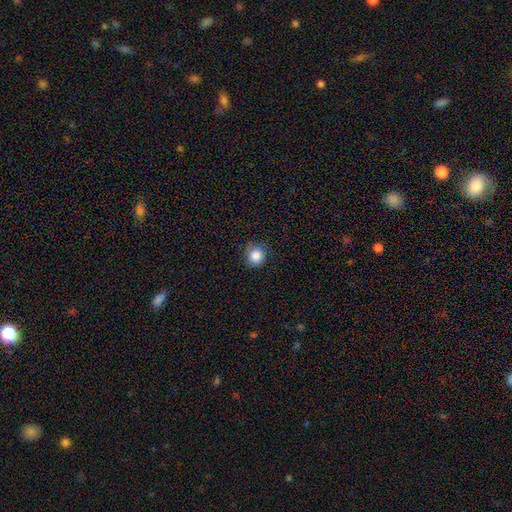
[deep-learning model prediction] A smooth galaxy with no disk features (85%) that is round (88%).

Vote fractions:
- Smooth or featured? smooth: 85% / star or artifact: 10% / featured or disk: 5%
- How rounded? round: 88% / in between: 11% / cigar-shaped: 1%
- Merging? none: 83% / minor disturbance: 13% / major disturbance: 3% / merger: 1%